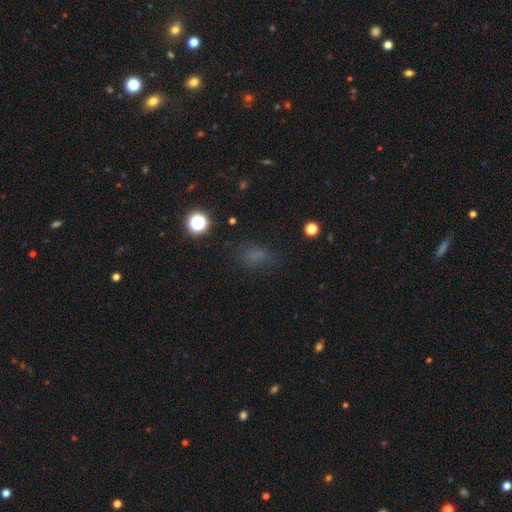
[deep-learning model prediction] Smooth or featured?
  - smooth: 63% *
  - star or artifact: 27%
  - featured or disk: 10%
How rounded?
  - in between: 70% *
  - round: 25%
  - cigar-shaped: 5%
Merging?
  - none: 69% *
  - minor disturbance: 18%
  - major disturbance: 10%
  - merger: 2%